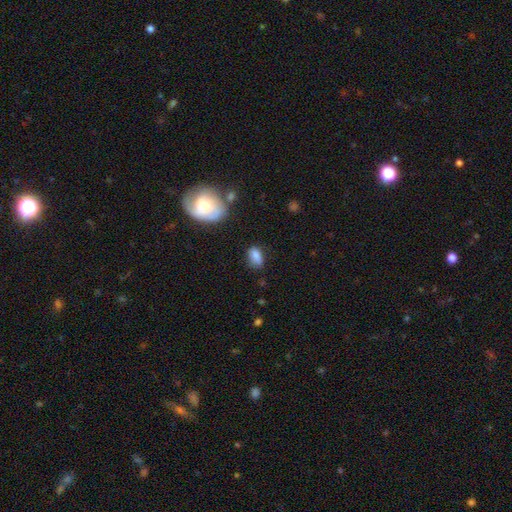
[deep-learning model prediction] Smooth or featured: smooth — 82% (star or artifact — 10%)
How rounded: in between — 87% (round — 9%)
Merging: none — 66% (minor disturbance — 24%)